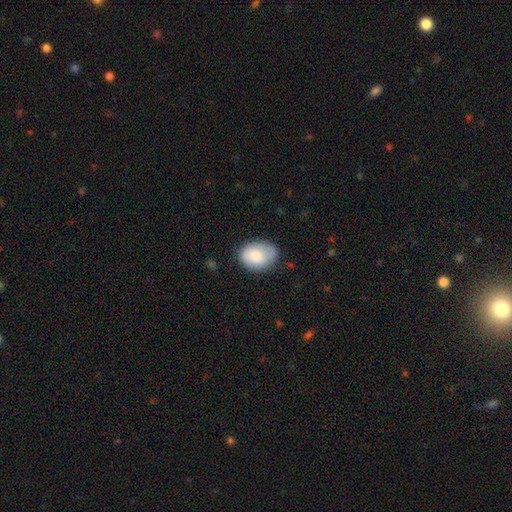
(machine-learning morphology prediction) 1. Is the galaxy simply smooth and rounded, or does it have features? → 77% smooth, 17% featured or disk, 7% star or artifact.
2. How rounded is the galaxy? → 68% in between, 31% round, 1% cigar-shaped.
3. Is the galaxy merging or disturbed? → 73% none, 21% minor disturbance, 5% major disturbance, 2% merger.